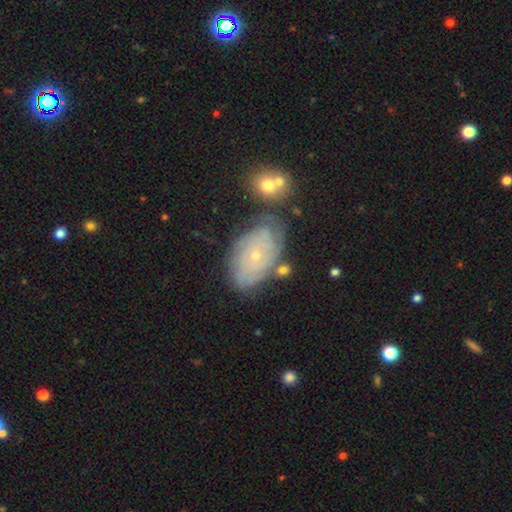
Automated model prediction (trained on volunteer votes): A featured or disk galaxy (72%) with no bar (83%), tight (78%) spiral arms (85%) and a small central bulge (77%).

Vote fractions:
- Smooth or featured? featured or disk: 72% / smooth: 20% / star or artifact: 9%
- Edge-on disk? no: 95% / yes: 5%
- Bar? no: 83% / weak: 14% / strong: 3%
- Spiral arms? yes: 85% / no: 15%
- Spiral winding? tight: 78% / medium: 17% / loose: 6%
- Spiral arm count? can't tell: 54% / 2: 15% / 3: 11% / 4: 10% / more than 4: 6% / 1: 5%
- Bulge size? small: 77% / moderate: 19% / none: 1% / large: 1% / dominant: 1%
- Merging? none: 67% / minor disturbance: 19% / merger: 8% / major disturbance: 6%